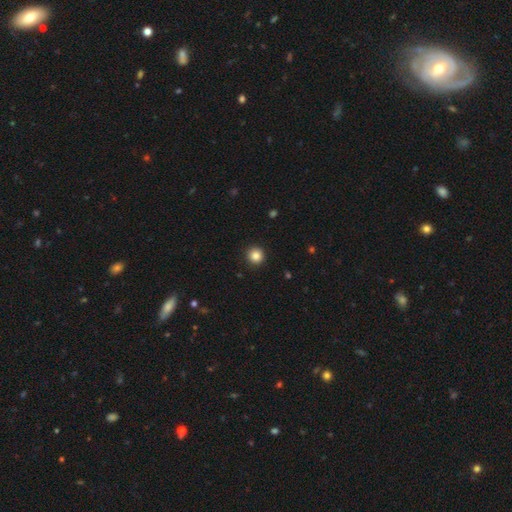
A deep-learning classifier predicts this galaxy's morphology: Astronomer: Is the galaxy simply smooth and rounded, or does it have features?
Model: smooth — 85%.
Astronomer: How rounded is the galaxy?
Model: round — 95%.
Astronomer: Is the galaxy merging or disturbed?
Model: none — 93%.